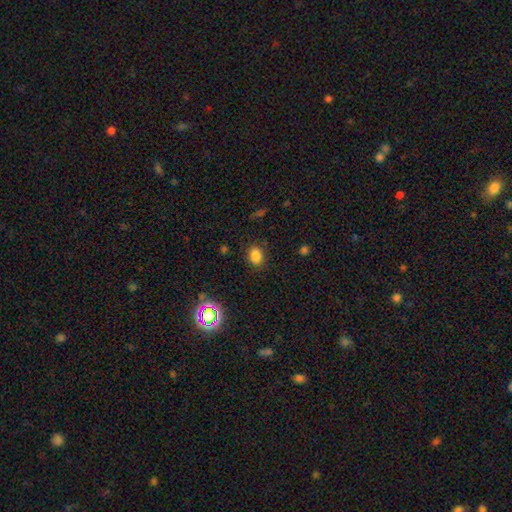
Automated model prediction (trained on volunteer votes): This appears to be a smooth galaxy with no disk features (82%) that is in between round and cigar-shaped (52%). Merging: none (85%).